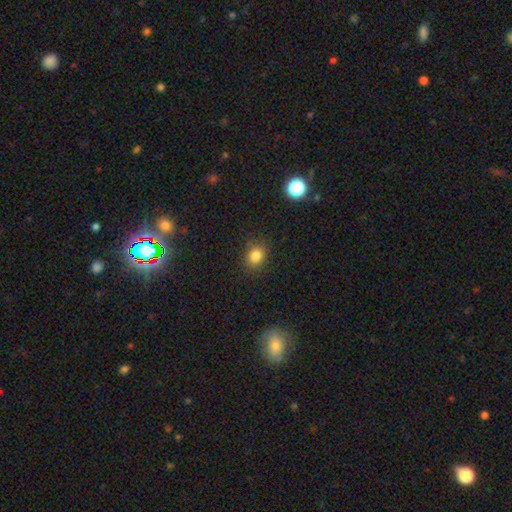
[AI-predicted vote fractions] Overall: smooth (82%). How rounded: round (61%; in between 38%). Merging: none (86%).